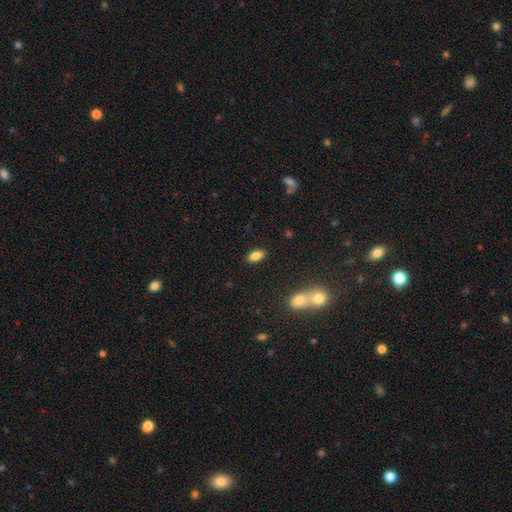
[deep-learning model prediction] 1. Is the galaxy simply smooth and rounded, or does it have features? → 84% smooth, 9% star or artifact, 8% featured or disk.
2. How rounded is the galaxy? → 88% in between, 9% cigar-shaped, 3% round.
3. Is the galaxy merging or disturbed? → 86% none, 8% minor disturbance, 3% merger, 2% major disturbance.